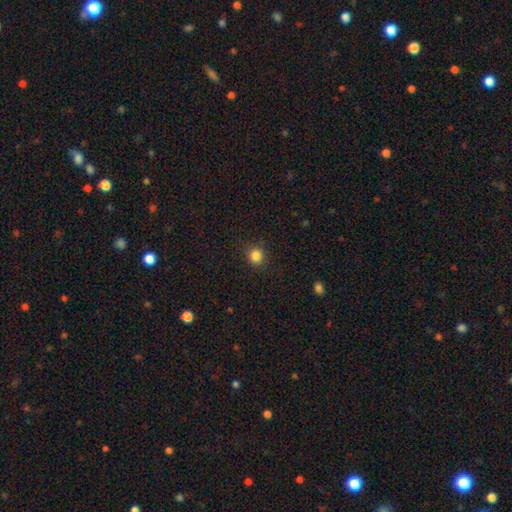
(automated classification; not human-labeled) Overall: smooth (84%). How rounded: round (85%). Merging: none (89%).